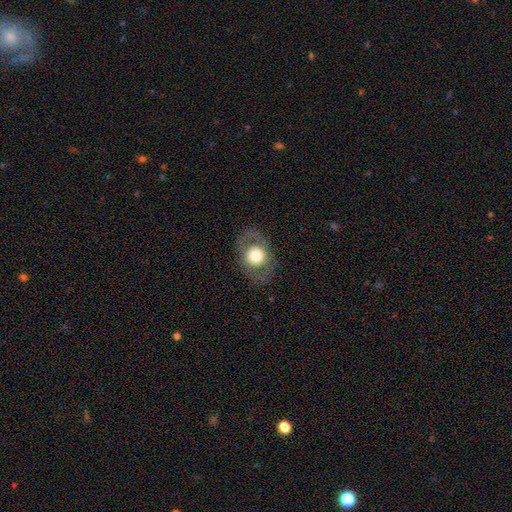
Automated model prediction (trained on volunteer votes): Smooth or featured? smooth (58%)
How rounded? round (55%)
Merging? none (79%)